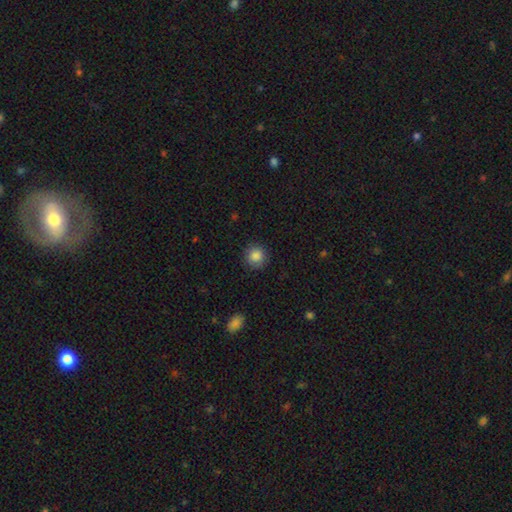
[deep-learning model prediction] Q: Smooth or featured?
A: smooth (87%); runner-up: star or artifact (9%)
Q: How rounded?
A: round (93%); runner-up: in between (6%)
Q: Merging?
A: none (89%); runner-up: minor disturbance (8%)